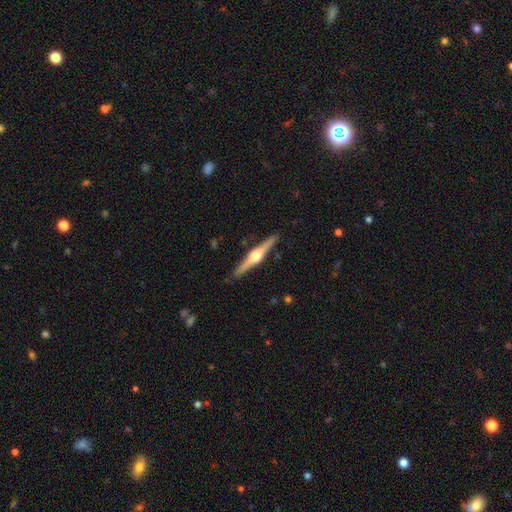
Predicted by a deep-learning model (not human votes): A featured or disk galaxy (82%) viewed edge-on (98%) with a rounded central bulge (95%). Merging: none (91%).